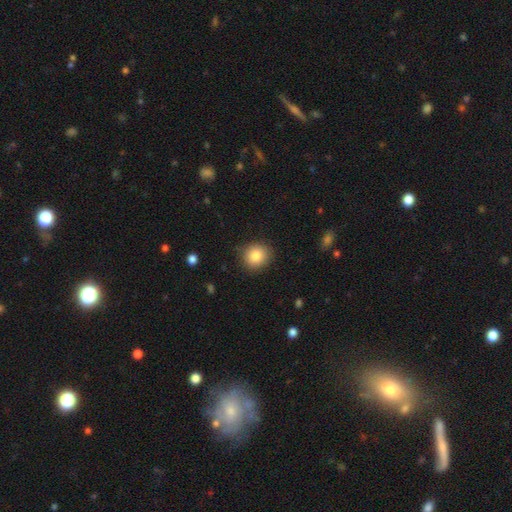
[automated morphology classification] smooth-or-featured: smooth: 85% | star or artifact: 9% | featured or disk: 6%
  how-rounded: round: 84% | in between: 15% | cigar-shaped: 1%
  merging: none: 87% | minor disturbance: 9% | major disturbance: 2% | merger: 1%